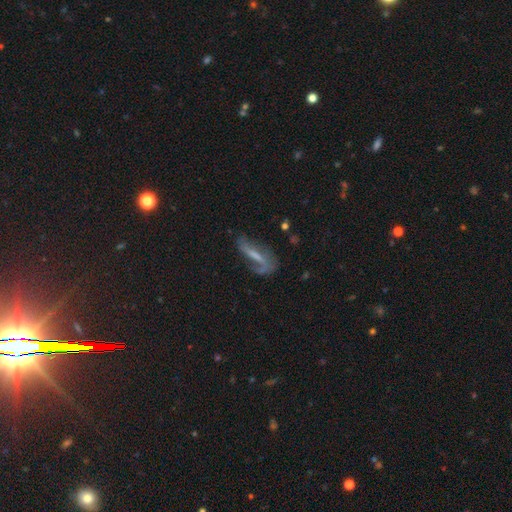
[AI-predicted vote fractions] Q: Smooth or featured?
A: featured or disk (58%); runner-up: smooth (31%)
Q: Edge-on disk?
A: no (73%); runner-up: yes (27%)
Q: Merging?
A: none (45%); runner-up: major disturbance (25%)